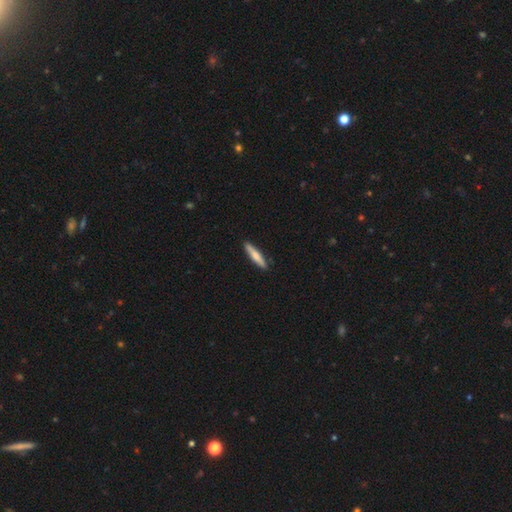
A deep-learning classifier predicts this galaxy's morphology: Smooth or featured? Predicted: smooth (p=0.67). How rounded? Predicted: cigar-shaped (p=0.89). Merging? Predicted: none (p=0.90).